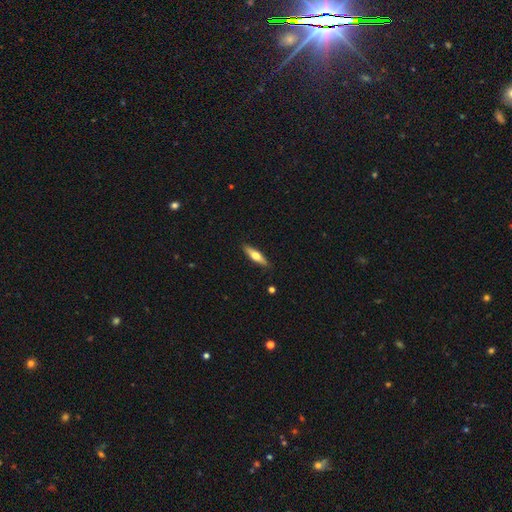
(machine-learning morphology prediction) This appears to be a smooth galaxy with no disk features (52%) that is cigar-shaped (68%). Merging: none (89%).